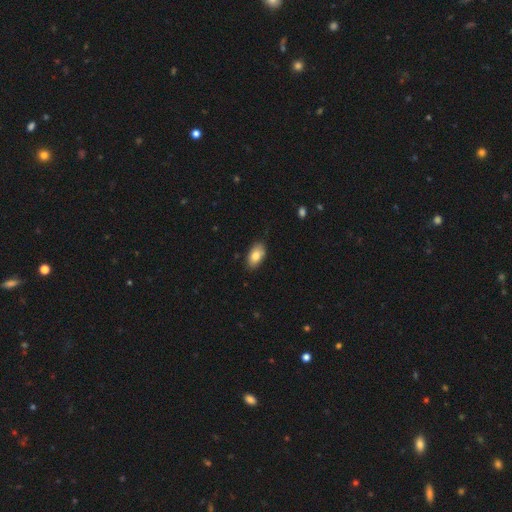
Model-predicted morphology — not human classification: smooth 81%, featured or disk 12%, star or artifact 7%. Down the decision tree: how rounded — in between (93%); merging — none (86%).